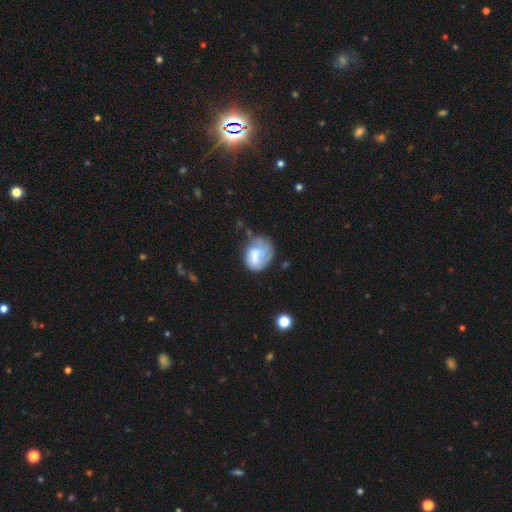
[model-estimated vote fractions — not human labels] Morphology: type=smooth (55%); roundness=round (52%); merging=none (42%).